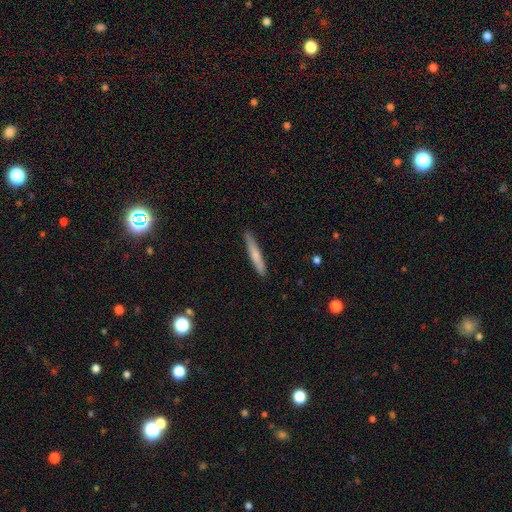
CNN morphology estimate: smooth_or_featured: smooth (p=0.70) [alt: featured or disk p=0.25]
how_rounded: cigar-shaped (p=0.95) [alt: in between p=0.04]
merging: none (p=0.88) [alt: minor disturbance p=0.09]